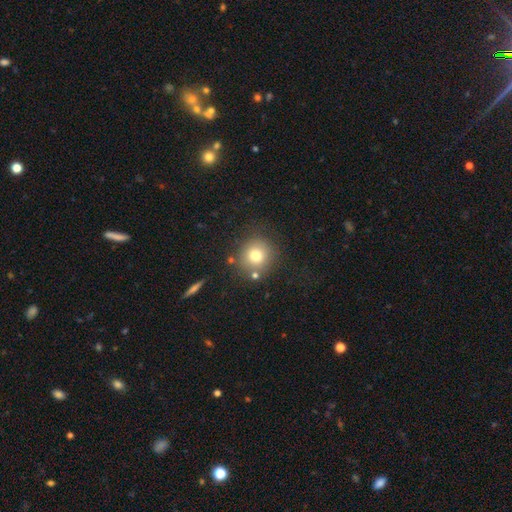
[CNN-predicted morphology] This appears to be a smooth galaxy with no disk features (75%) that is round (90%). Merging: none (78%).